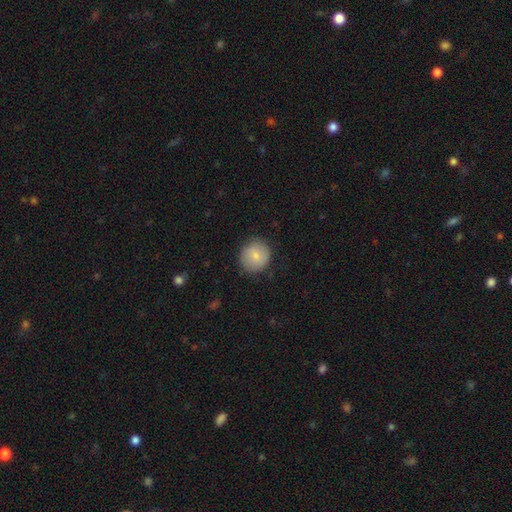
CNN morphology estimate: Q: Smooth or featured?
A: smooth (81%); runner-up: featured or disk (12%)
Q: How rounded?
A: round (90%); runner-up: in between (9%)
Q: Merging?
A: none (84%); runner-up: minor disturbance (12%)